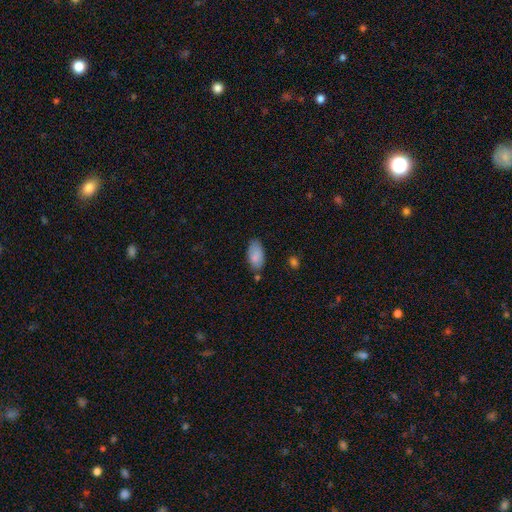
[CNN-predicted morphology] A smooth galaxy with no disk features (85%) that is in between round and cigar-shaped (93%).

Vote fractions:
- Smooth or featured? smooth: 85% / featured or disk: 8% / star or artifact: 7%
- How rounded? in between: 93% / cigar-shaped: 4% / round: 3%
- Merging? none: 72% / minor disturbance: 19% / merger: 5% / major disturbance: 4%